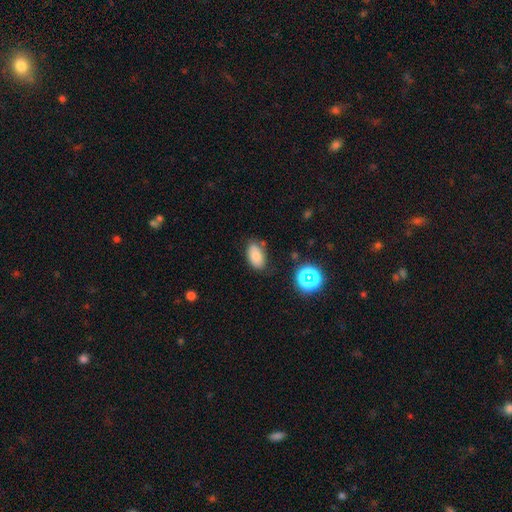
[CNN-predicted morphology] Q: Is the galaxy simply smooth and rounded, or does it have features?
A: smooth — 80%.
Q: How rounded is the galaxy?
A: in between — 91%.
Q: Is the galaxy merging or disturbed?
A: none — 76%.